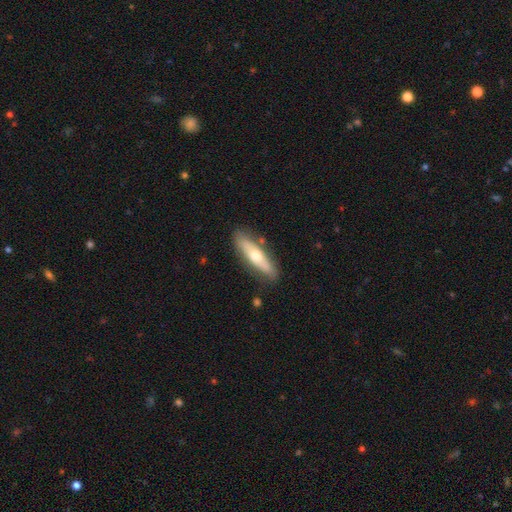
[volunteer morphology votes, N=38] featured or disk 55%, smooth 42%, star or artifact 3%. Down the decision tree: edge-on disk — yes (81%); edge-on bulge — rounded (88%); merging — none (86%).